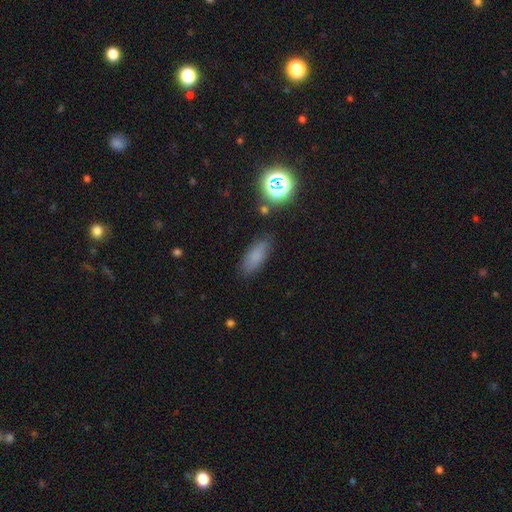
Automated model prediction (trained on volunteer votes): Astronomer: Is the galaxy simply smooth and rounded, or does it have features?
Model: smooth — 76%.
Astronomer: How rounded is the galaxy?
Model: in between — 76%.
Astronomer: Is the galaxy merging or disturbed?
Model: none — 81%.